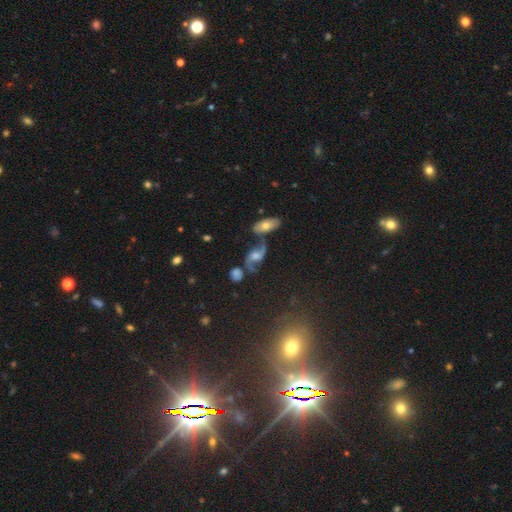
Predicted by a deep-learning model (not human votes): Overall: featured or disk (77%). Edge-on disk: no (94%). Bar: no (54%; weak 37%). Spiral arms: yes (94%). Spiral arm count: 2 (93%). Spiral winding: loose (65%; medium 28%). Bulge size: moderate (51%; small 22%). Merging: none (57%).